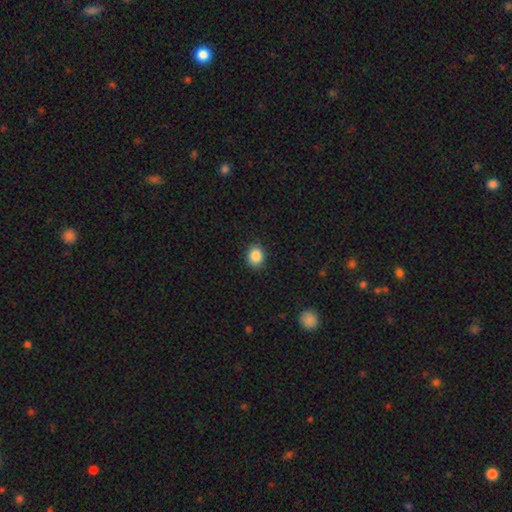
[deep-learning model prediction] smooth_or_featured: smooth (p=0.87) [alt: star or artifact p=0.09]
how_rounded: round (p=0.61) [alt: in between p=0.38]
merging: none (p=0.89) [alt: minor disturbance p=0.08]